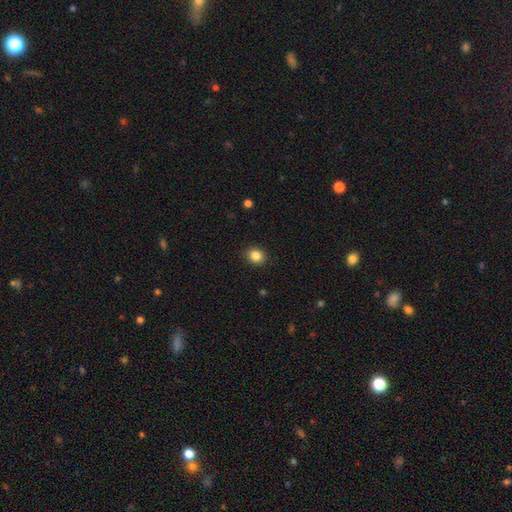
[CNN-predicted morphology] Smooth or featured?
  - smooth: 85% *
  - star or artifact: 10%
  - featured or disk: 5%
How rounded?
  - round: 72% *
  - in between: 27%
  - cigar-shaped: 1%
Merging?
  - none: 90% *
  - minor disturbance: 7%
  - major disturbance: 2%
  - merger: 1%